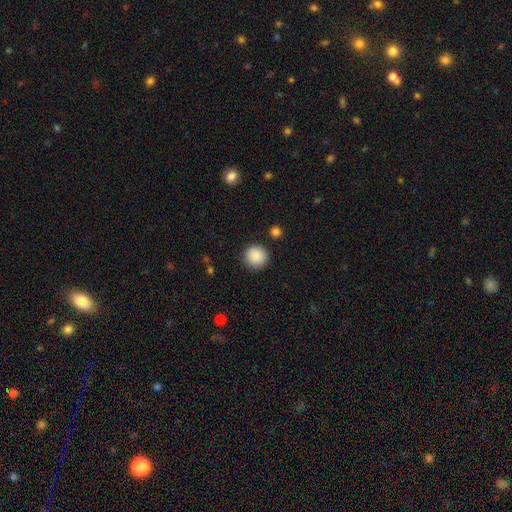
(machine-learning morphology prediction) This is clearly a smooth galaxy (88%). How rounded: clearly round (94%). Merging: clearly none (90%).